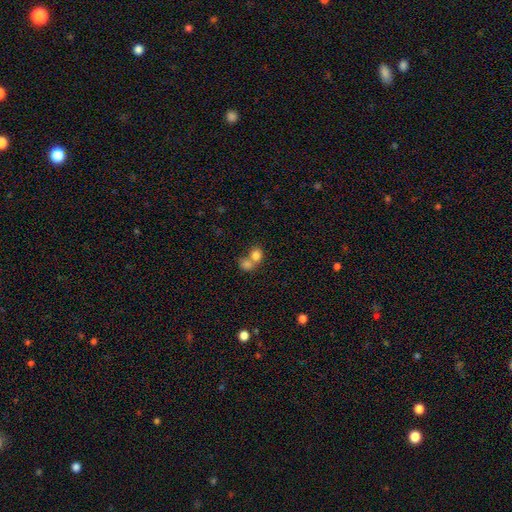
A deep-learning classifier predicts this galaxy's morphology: type=smooth (80%); roundness=round (61%); merging=merger (62%).